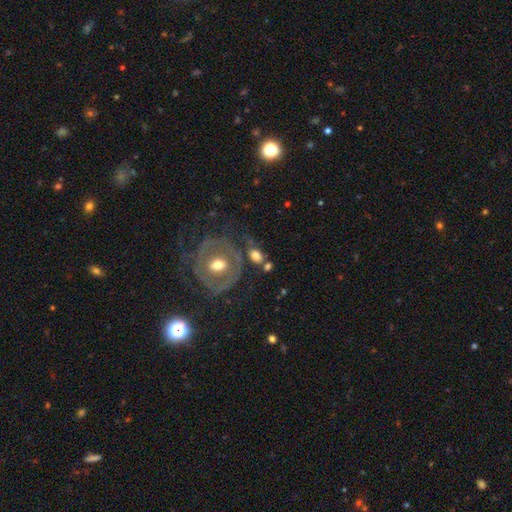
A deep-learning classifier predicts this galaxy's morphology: smooth_or_featured: smooth (p=0.58) [alt: featured or disk p=0.33]
how_rounded: in between (p=0.57) [alt: round p=0.39]
merging: none (p=0.56) [alt: minor disturbance p=0.18]